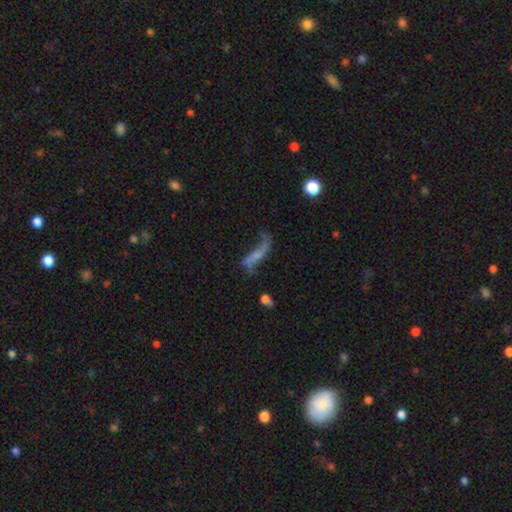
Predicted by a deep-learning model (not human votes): The model was most divided on "merging": none: 38%, major disturbance: 31%, minor disturbance: 21%, merger: 10%. More confident: edge-on disk — no (78%); smooth or featured — featured or disk (63%).